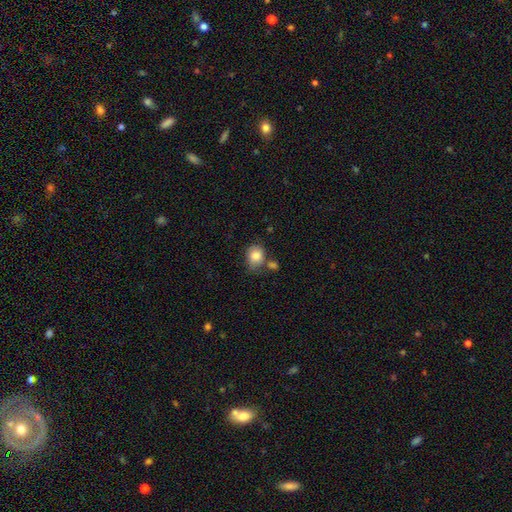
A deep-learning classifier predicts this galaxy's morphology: smooth 84%, star or artifact 8%, featured or disk 8%. Down the decision tree: how rounded — round (51%); merging — none (55%).